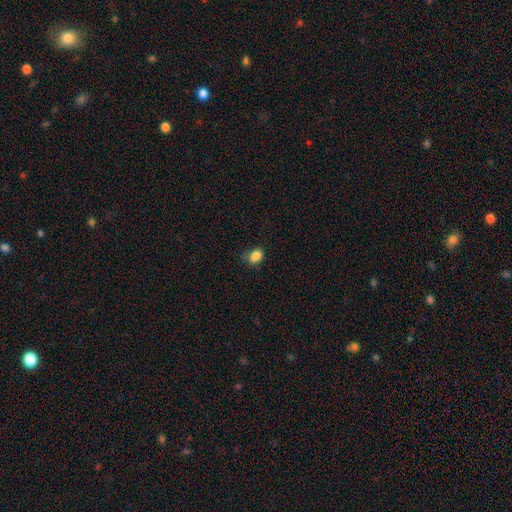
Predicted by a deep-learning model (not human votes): Smooth or featured?
  - smooth: 85% *
  - star or artifact: 10%
  - featured or disk: 5%
How rounded?
  - in between: 64% *
  - round: 35%
  - cigar-shaped: 1%
Merging?
  - none: 59% *
  - minor disturbance: 30%
  - major disturbance: 8%
  - merger: 3%